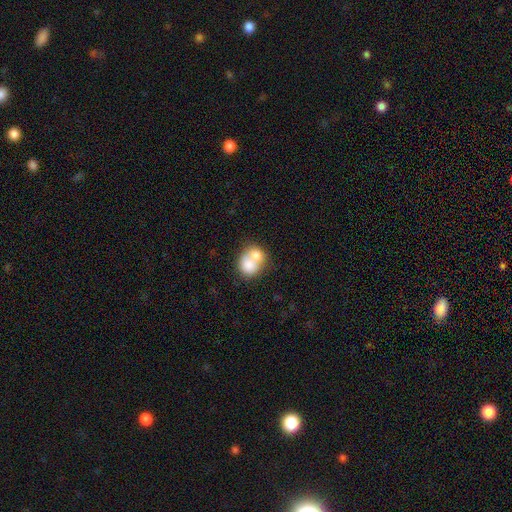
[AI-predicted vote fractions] Smooth or featured?
  - smooth: 73% *
  - featured or disk: 19%
  - star or artifact: 8%
How rounded?
  - round: 60% *
  - in between: 39%
  - cigar-shaped: 1%
Merging?
  - merger: 68% *
  - none: 21%
  - minor disturbance: 7%
  - major disturbance: 4%